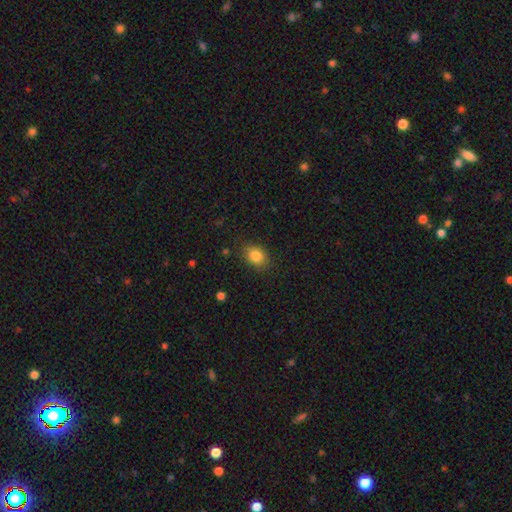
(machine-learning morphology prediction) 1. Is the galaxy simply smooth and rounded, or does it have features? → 84% smooth, 9% star or artifact, 7% featured or disk.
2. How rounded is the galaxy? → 70% in between, 29% round, 1% cigar-shaped.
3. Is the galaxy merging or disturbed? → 82% none, 13% minor disturbance, 3% major disturbance, 1% merger.